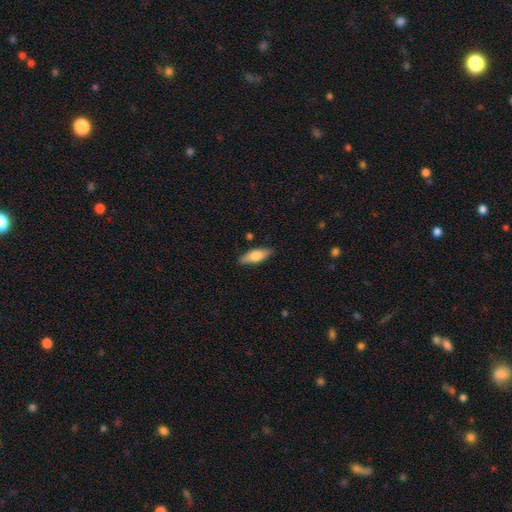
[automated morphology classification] smooth 67%, featured or disk 27%, star or artifact 6%. Down the decision tree: how rounded — in between (62%); merging — none (87%).